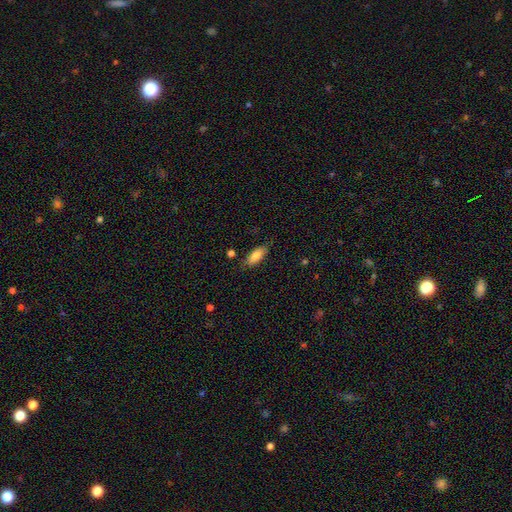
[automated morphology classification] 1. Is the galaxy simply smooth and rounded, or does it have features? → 82% smooth, 12% featured or disk, 7% star or artifact.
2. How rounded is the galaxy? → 80% in between, 18% cigar-shaped, 2% round.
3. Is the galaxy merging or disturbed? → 77% none, 17% minor disturbance, 4% major disturbance, 2% merger.